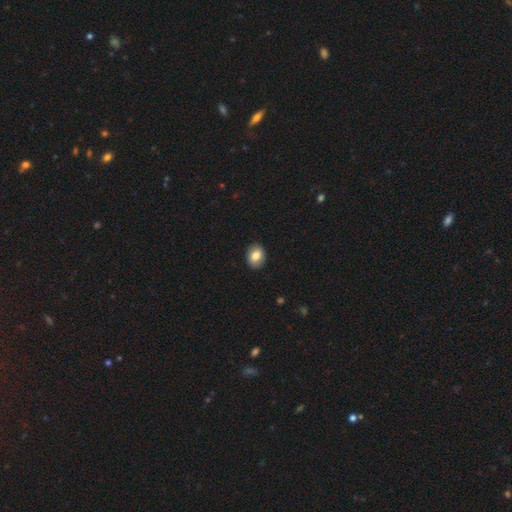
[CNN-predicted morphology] The model was most divided on "how rounded": in between: 63%, round: 35%, cigar-shaped: 1%. More confident: merging — none (90%); smooth or featured — smooth (82%).